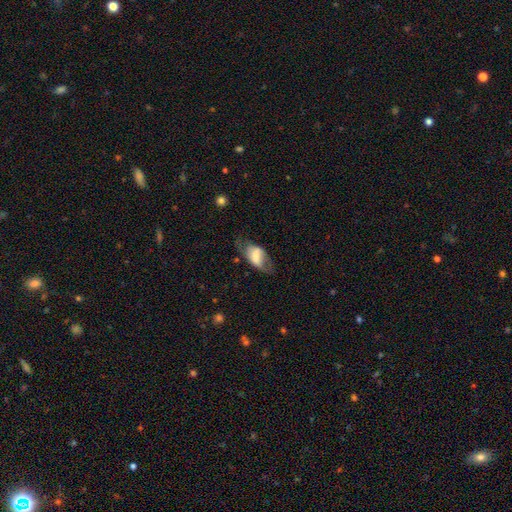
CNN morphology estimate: This appears to be a smooth galaxy with no disk features (47%). Merging: none (52%).